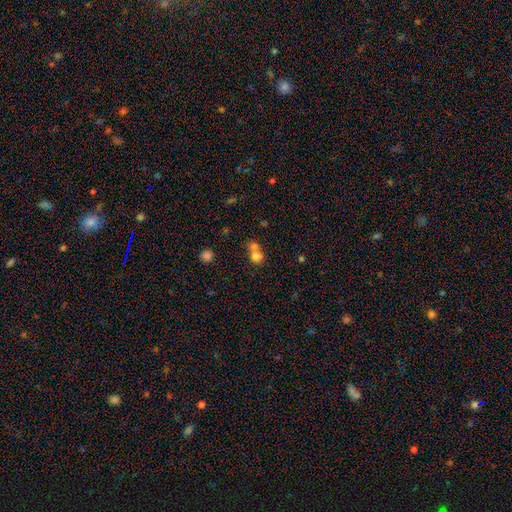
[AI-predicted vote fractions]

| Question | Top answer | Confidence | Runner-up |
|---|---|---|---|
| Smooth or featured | smooth | 72% | featured or disk (14%) |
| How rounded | round | 73% | in between (25%) |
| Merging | merger | 63% | none (28%) |